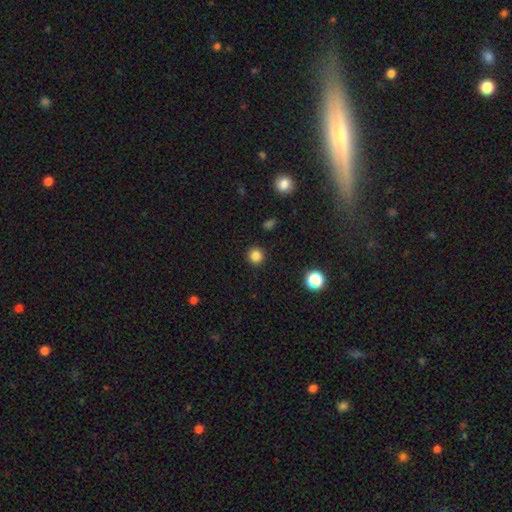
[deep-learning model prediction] The model was most divided on "smooth or featured": smooth: 84%, star or artifact: 12%, featured or disk: 4%. More confident: how rounded — round (94%); merging — none (92%).